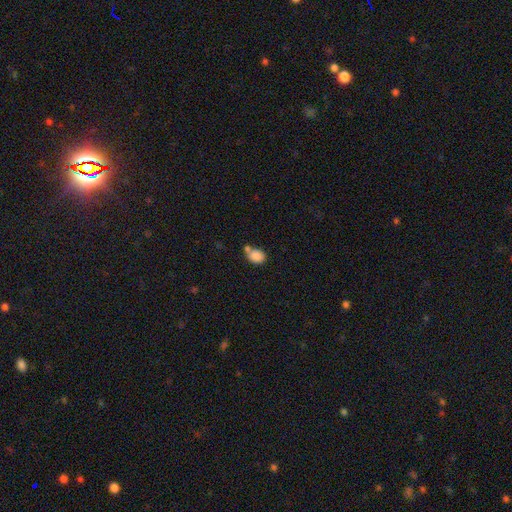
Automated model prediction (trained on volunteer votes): Smooth or featured? smooth (85%)
How rounded? round (50%)
Merging? none (48%)